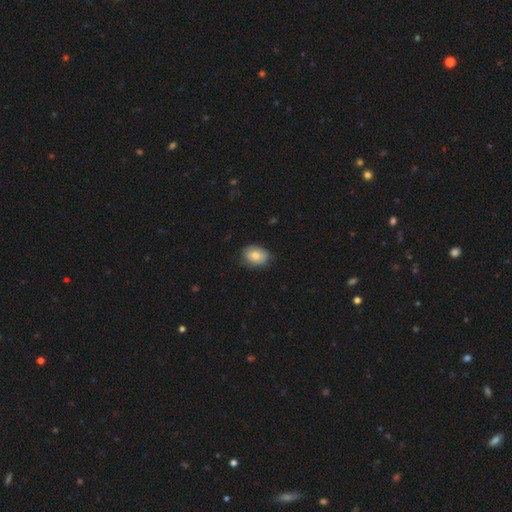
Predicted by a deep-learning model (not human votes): smooth 77%, featured or disk 16%, star or artifact 7%. Down the decision tree: how rounded — in between (70%); merging — none (76%).